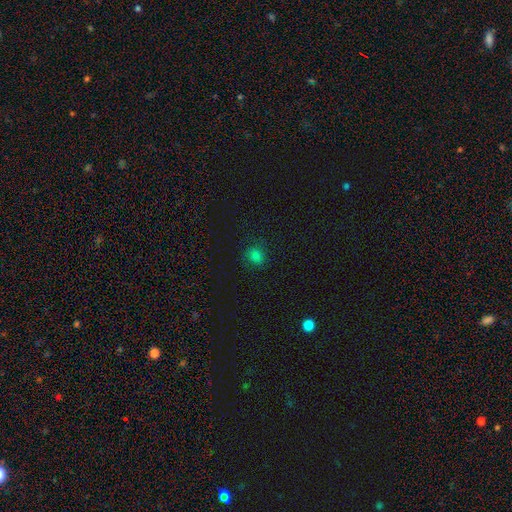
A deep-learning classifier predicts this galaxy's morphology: The model was most divided on "how rounded": round: 72%, in between: 27%, cigar-shaped: 1%. More confident: merging — none (80%); smooth or featured — smooth (77%).